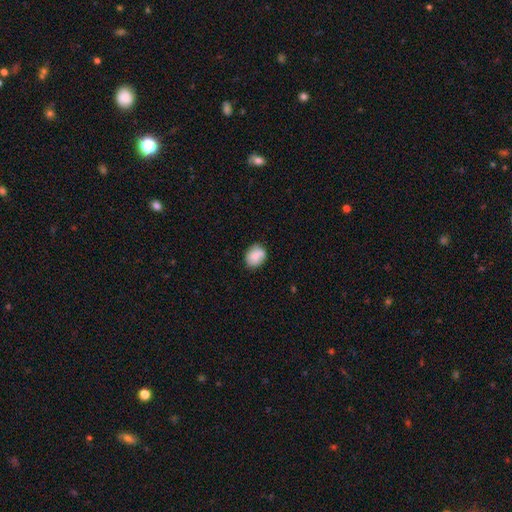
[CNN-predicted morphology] type=smooth (77%); roundness=round (52%); merging=none (70%).